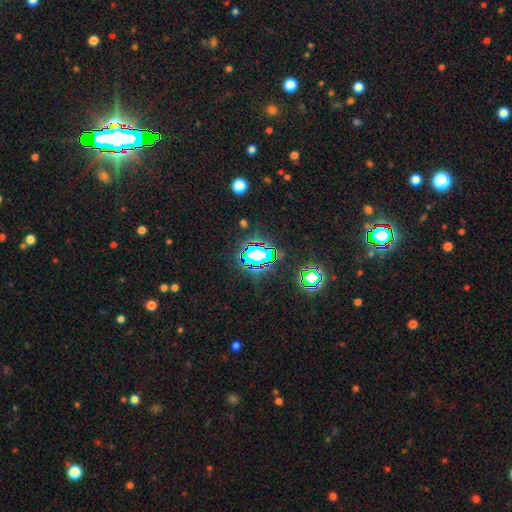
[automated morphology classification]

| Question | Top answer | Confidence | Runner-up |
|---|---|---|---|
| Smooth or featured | star or artifact | 71% | smooth (18%) |